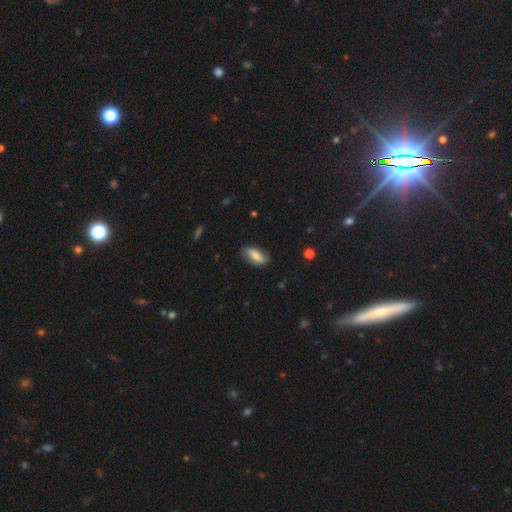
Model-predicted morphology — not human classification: This is possibly a smooth galaxy (58%). How rounded: clearly in between (82%). Merging: likely none (76%).